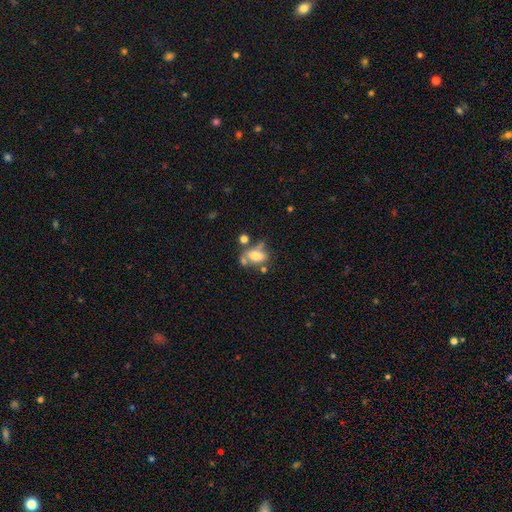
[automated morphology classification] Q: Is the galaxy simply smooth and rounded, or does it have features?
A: smooth — 63%.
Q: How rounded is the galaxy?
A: in between — 80%.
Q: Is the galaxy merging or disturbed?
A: none — 42%.